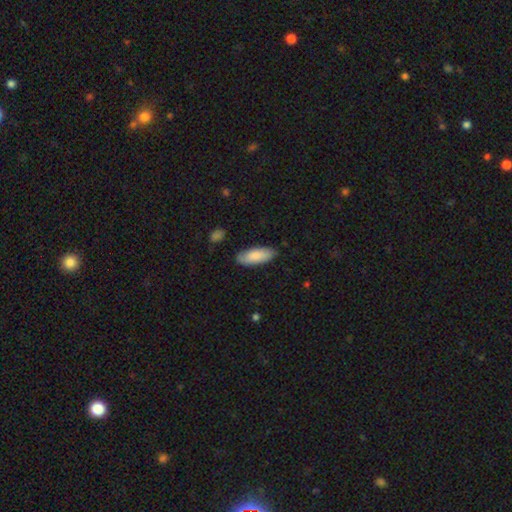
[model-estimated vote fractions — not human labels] The model was most divided on "how rounded": in between: 76%, cigar-shaped: 23%, round: 2%. More confident: smooth or featured — smooth (85%); merging — none (82%).